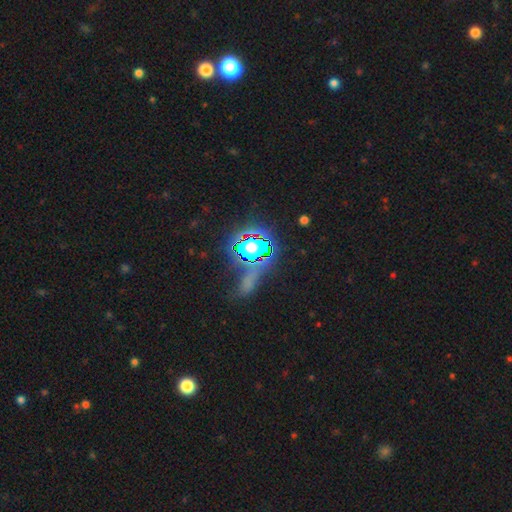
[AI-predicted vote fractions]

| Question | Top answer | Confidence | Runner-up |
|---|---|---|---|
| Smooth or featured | star or artifact | 80% | smooth (12%) |